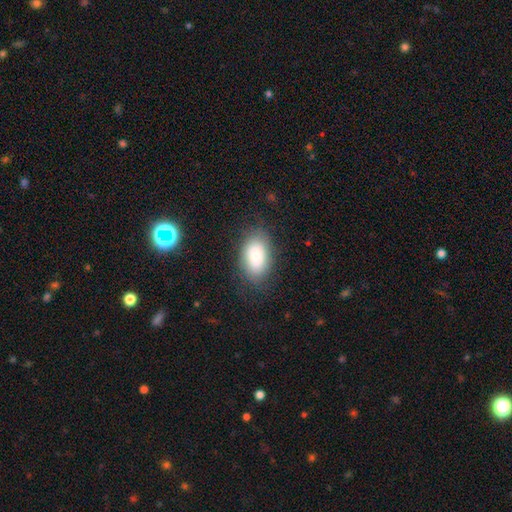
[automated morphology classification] Overall: smooth (80%). How rounded: in between (90%). Merging: none (77%).